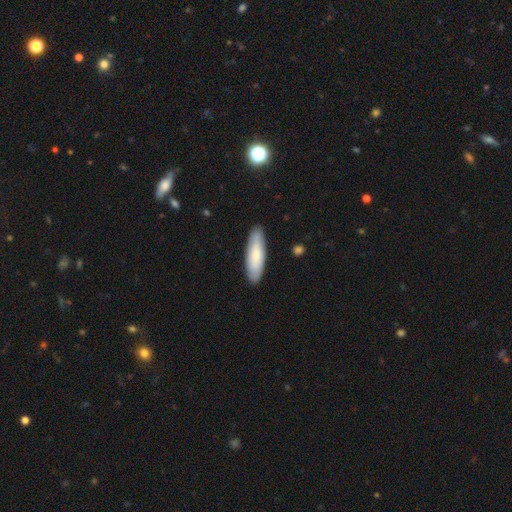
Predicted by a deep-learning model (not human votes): smooth_or_featured: smooth (p=0.78) [alt: featured or disk p=0.16]
how_rounded: cigar-shaped (p=0.55) [alt: in between p=0.43]
merging: none (p=0.88) [alt: minor disturbance p=0.09]